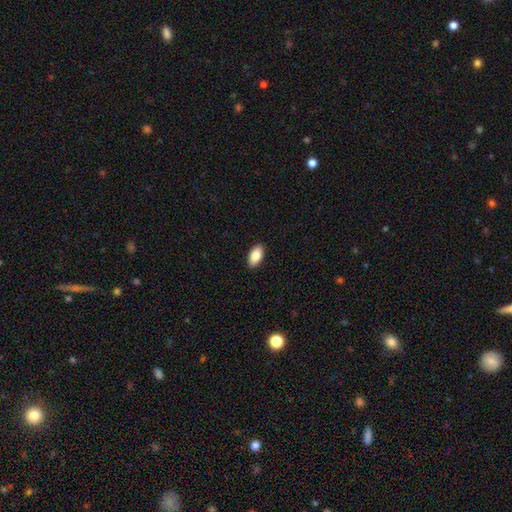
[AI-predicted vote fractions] Smooth or featured: smooth — 85% (featured or disk — 8%)
How rounded: in between — 93% (cigar-shaped — 4%)
Merging: none — 90% (minor disturbance — 8%)